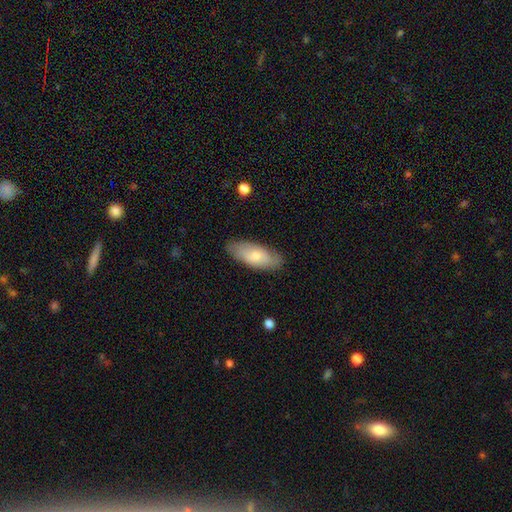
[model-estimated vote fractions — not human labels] Smooth or featured: smooth — 66% (featured or disk — 28%)
How rounded: in between — 83% (cigar-shaped — 15%)
Merging: none — 79% (minor disturbance — 16%)